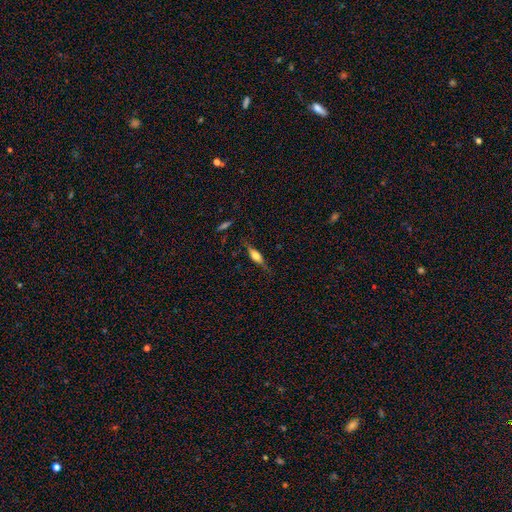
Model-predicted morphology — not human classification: Smooth or featured? featured or disk (48%)
Merging? none (73%)